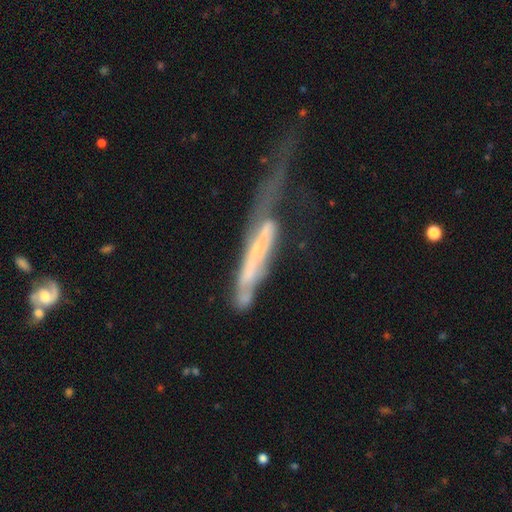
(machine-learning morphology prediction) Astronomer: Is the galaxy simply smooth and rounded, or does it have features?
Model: featured or disk — 60%.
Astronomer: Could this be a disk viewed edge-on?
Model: yes — 60% (runner-up: no, 40%).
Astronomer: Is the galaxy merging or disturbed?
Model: major disturbance — 50%.